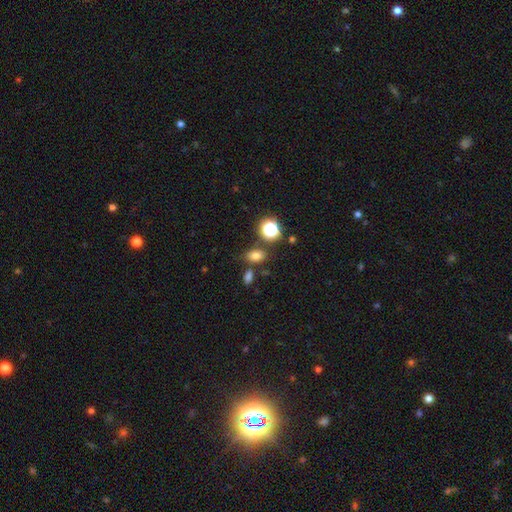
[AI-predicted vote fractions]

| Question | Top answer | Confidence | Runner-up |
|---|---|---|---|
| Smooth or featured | smooth | 75% | star or artifact (17%) |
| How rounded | in between | 73% | round (26%) |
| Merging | none | 72% | minor disturbance (12%) |